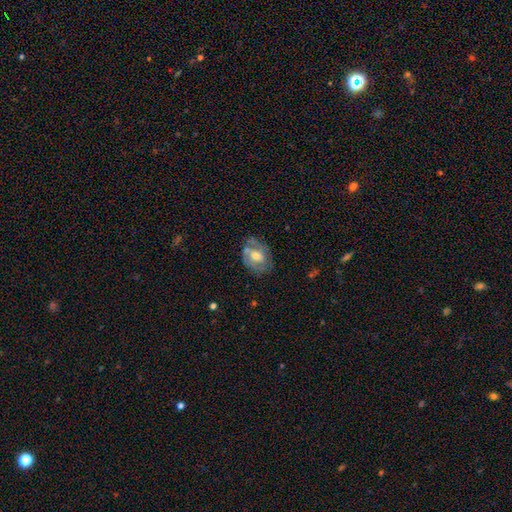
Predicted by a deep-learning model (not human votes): A featured or disk galaxy (60%) with no bar (55%), spiral arms (61%) and a moderate central bulge (62%).

Vote fractions:
- Smooth or featured? featured or disk: 60% / smooth: 33% / star or artifact: 7%
- Edge-on disk? no: 95% / yes: 5%
- Bar? no: 55% / weak: 35% / strong: 10%
- Spiral arms? yes: 61% / no: 39%
- Bulge size? moderate: 62% / small: 19% / large: 14% / none: 3% / dominant: 1%
- Merging? none: 61% / minor disturbance: 25% / major disturbance: 12% / merger: 3%